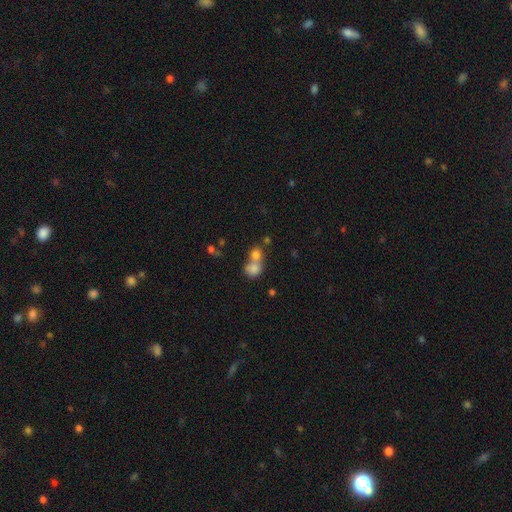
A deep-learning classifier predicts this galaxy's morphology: smooth 76%, featured or disk 12%, star or artifact 12%. Down the decision tree: how rounded — round (76%); merging — merger (60%).